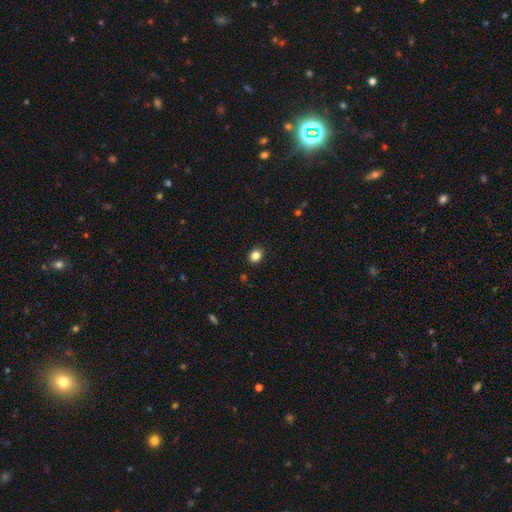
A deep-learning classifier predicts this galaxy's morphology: The model was most divided on "how rounded": round: 73%, in between: 26%, cigar-shaped: 1%. More confident: merging — none (91%); smooth or featured — smooth (84%).